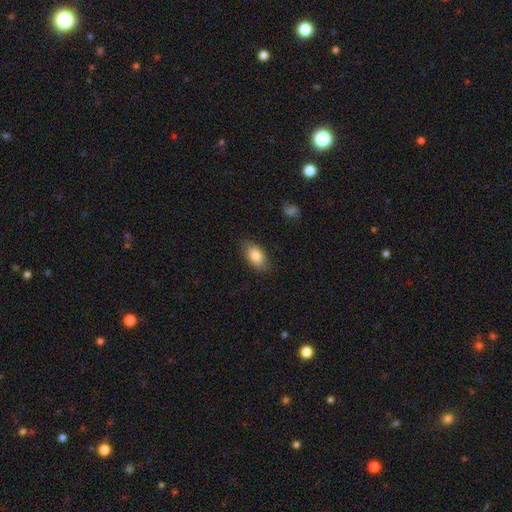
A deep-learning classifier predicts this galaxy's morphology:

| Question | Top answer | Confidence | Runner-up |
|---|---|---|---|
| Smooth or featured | smooth | 84% | featured or disk (9%) |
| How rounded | in between | 92% | round (5%) |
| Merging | none | 82% | minor disturbance (13%) |